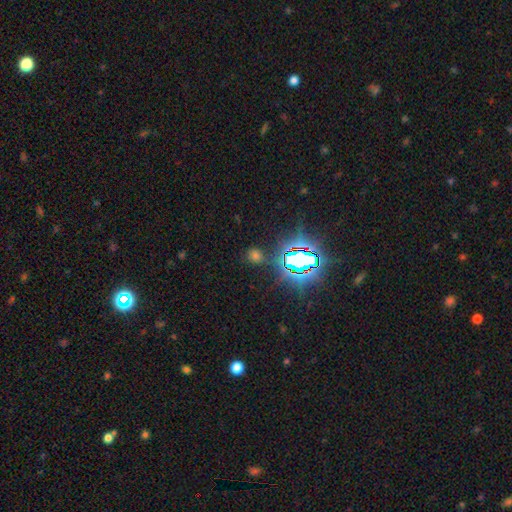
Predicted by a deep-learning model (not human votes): Q: Smooth or featured?
A: smooth (47%); runner-up: star or artifact (46%)
Q: Merging?
A: none (81%); runner-up: minor disturbance (10%)